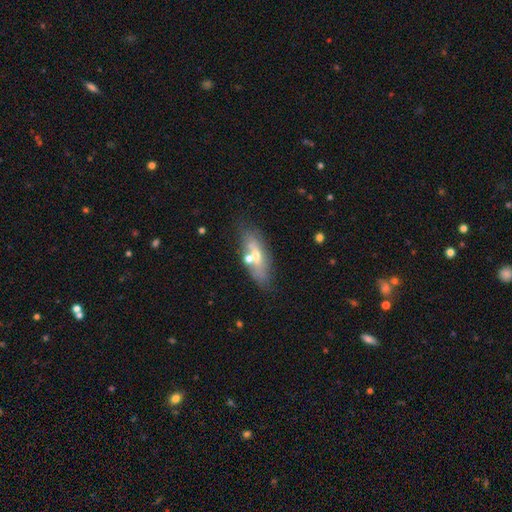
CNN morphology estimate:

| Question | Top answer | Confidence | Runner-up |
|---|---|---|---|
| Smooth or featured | featured or disk | 48% | smooth (42%) |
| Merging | none | 67% | minor disturbance (16%) |